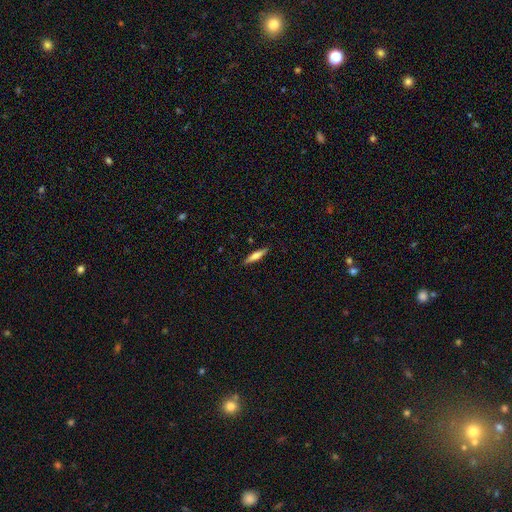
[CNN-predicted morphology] Smooth or featured?
  - smooth: 55% *
  - featured or disk: 39%
  - star or artifact: 6%
How rounded?
  - cigar-shaped: 85% *
  - in between: 14%
  - round: 2%
Merging?
  - none: 89% *
  - minor disturbance: 8%
  - major disturbance: 2%
  - merger: 1%